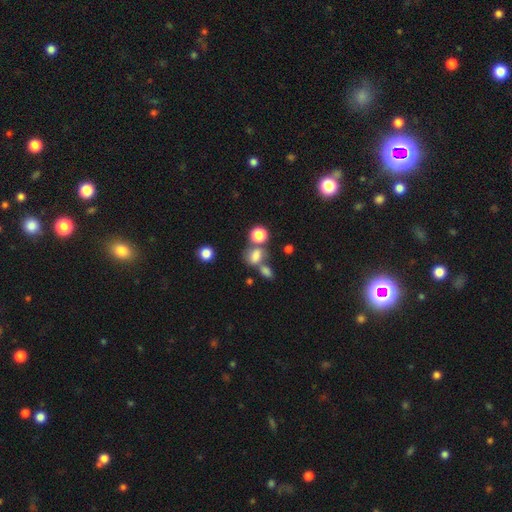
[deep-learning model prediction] Smooth or featured? smooth (73%)
How rounded? in between (61%)
Merging? none (39%, tied with merger)